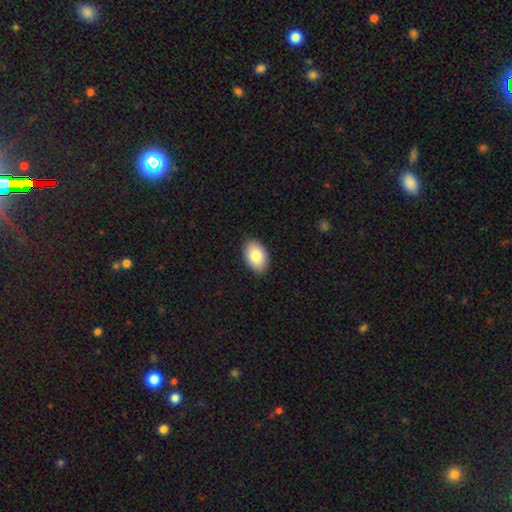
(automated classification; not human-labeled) Smooth or featured? smooth (84%)
How rounded? in between (90%)
Merging? none (88%)